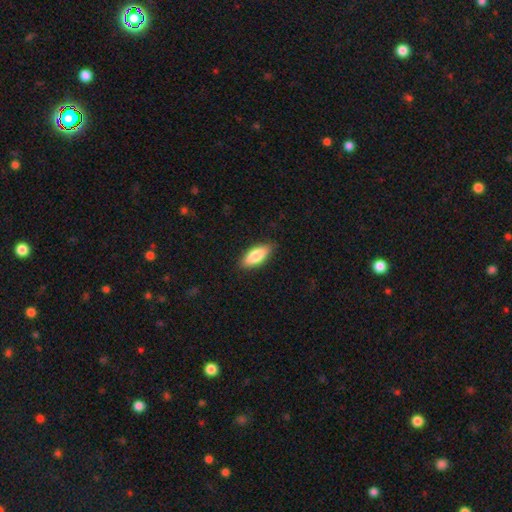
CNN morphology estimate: A smooth galaxy with no disk features (82%) that is in between round and cigar-shaped (82%). Merging: none (87%).